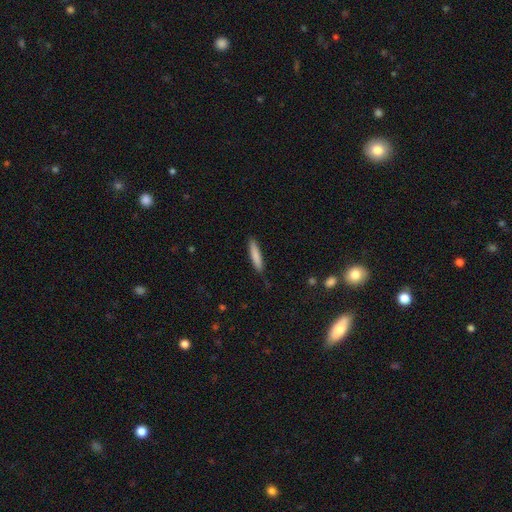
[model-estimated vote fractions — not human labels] Overall: smooth (84%). How rounded: cigar-shaped (88%). Merging: none (88%).